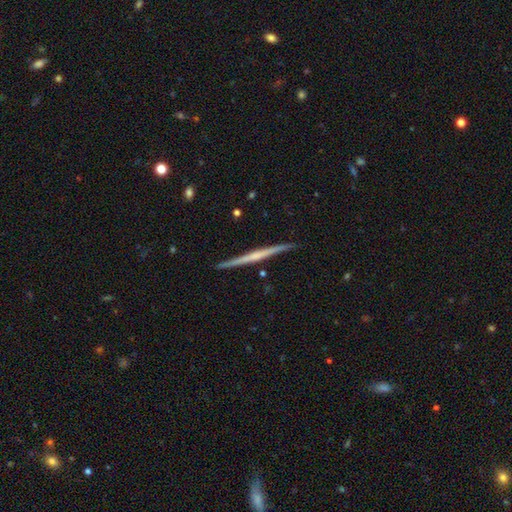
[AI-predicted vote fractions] Smooth or featured: featured or disk — 71% (smooth — 24%)
Edge-on disk: yes — 98% (no — 2%)
Edge-on bulge: none — 59% (rounded — 32%)
Merging: none — 91% (minor disturbance — 6%)